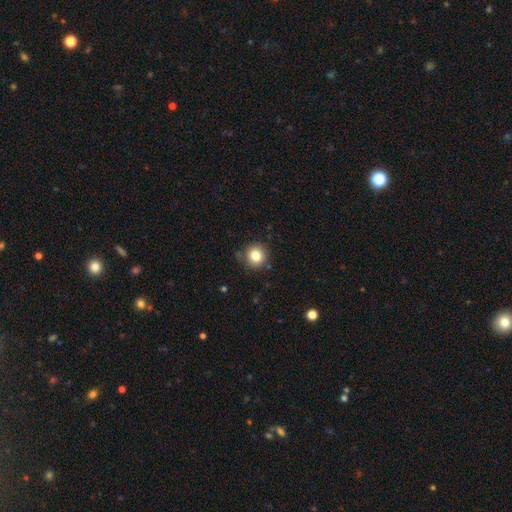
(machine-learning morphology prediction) Overall: smooth (81%). How rounded: round (92%). Merging: none (85%).